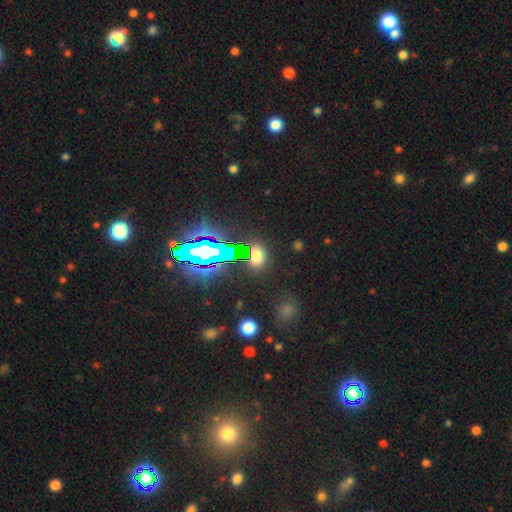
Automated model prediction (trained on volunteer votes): The model was most divided on "smooth or featured": smooth: 51%, star or artifact: 41%, featured or disk: 8%. More confident: merging — none (78%); how rounded — in between (59%).